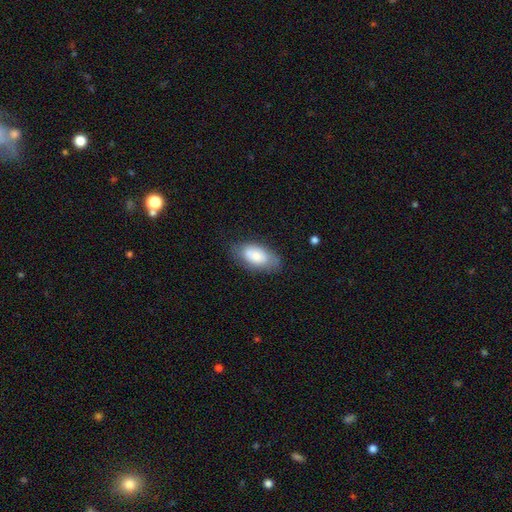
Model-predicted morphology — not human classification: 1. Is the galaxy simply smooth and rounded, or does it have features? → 74% smooth, 19% featured or disk, 7% star or artifact.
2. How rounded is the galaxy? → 93% in between, 4% cigar-shaped, 3% round.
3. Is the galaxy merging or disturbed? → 71% none, 21% minor disturbance, 6% major disturbance, 2% merger.